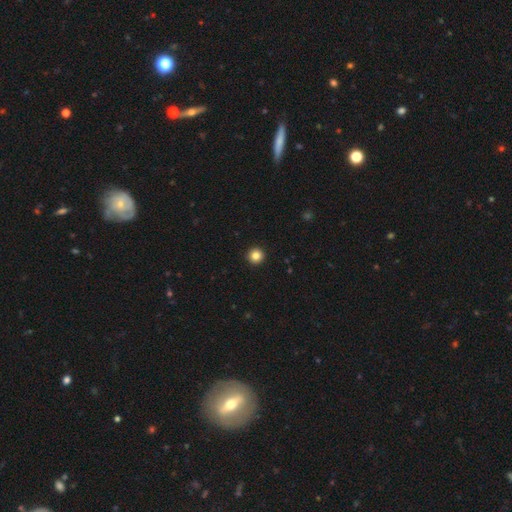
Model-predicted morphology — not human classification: Smooth or featured? smooth (84%)
How rounded? round (96%)
Merging? none (94%)